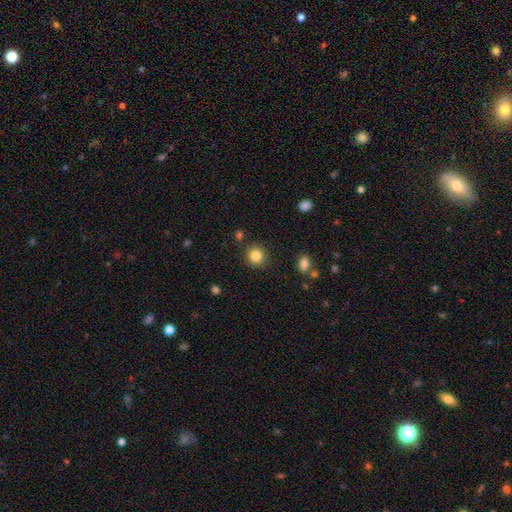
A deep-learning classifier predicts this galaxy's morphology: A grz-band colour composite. It shows a smooth galaxy with no disk features (84%) that is round (90%). Merging: none (88%).